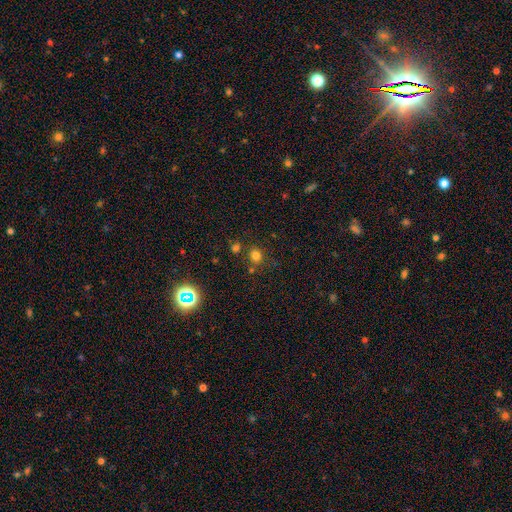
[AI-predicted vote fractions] Smooth or featured? smooth (74%)
How rounded? round (81%)
Merging? none (74%)